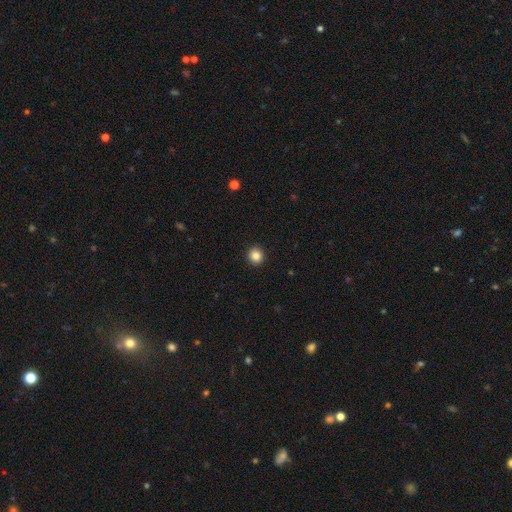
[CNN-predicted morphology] This is clearly a smooth galaxy (86%). How rounded: clearly round (91%). Merging: clearly none (93%).